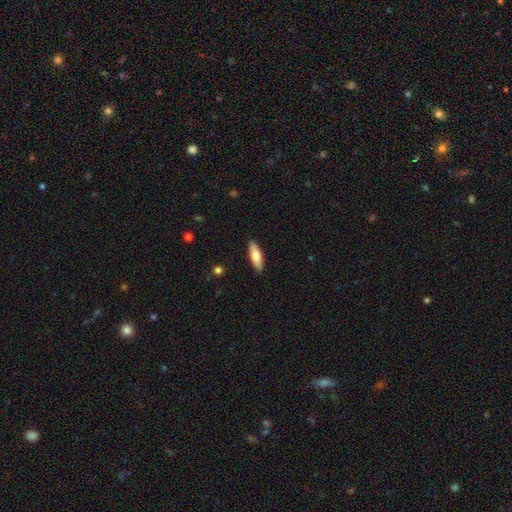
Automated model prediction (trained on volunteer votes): Smooth or featured?
  - smooth: 70% *
  - featured or disk: 24%
  - star or artifact: 6%
How rounded?
  - cigar-shaped: 53% *
  - in between: 45%
  - round: 2%
Merging?
  - none: 90% *
  - minor disturbance: 8%
  - major disturbance: 2%
  - merger: 1%